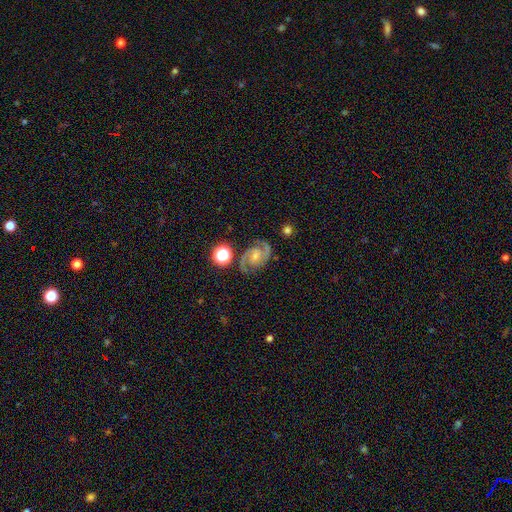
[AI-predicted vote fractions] Smooth or featured? Predicted: featured or disk (p=0.89). Edge-on disk? Predicted: no (p=0.98). Bar? Predicted: no (p=0.47). Spiral arms? Predicted: yes (p=0.98). Spiral winding? Predicted: medium (p=0.58). Spiral arm count? Predicted: 2 (p=0.93). Bulge size? Predicted: small (p=0.51). Merging? Predicted: none (p=0.80).